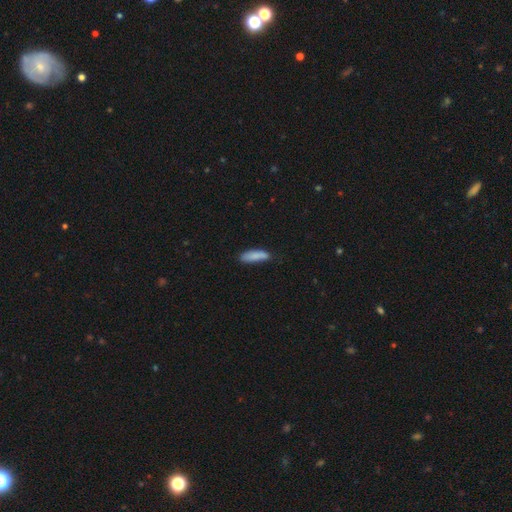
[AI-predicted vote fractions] Smooth or featured?
  - smooth: 86% *
  - featured or disk: 8%
  - star or artifact: 7%
How rounded?
  - cigar-shaped: 62% *
  - in between: 36%
  - round: 2%
Merging?
  - none: 69% *
  - minor disturbance: 24%
  - major disturbance: 4%
  - merger: 3%